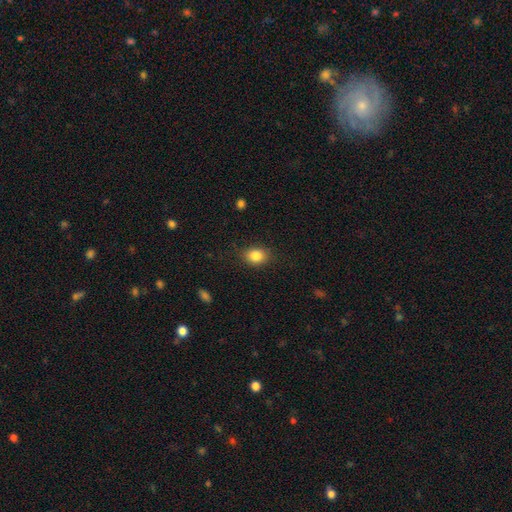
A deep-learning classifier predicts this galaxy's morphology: Smooth or featured: smooth — 85% (star or artifact — 9%)
How rounded: in between — 55% (round — 44%)
Merging: none — 83% (minor disturbance — 13%)